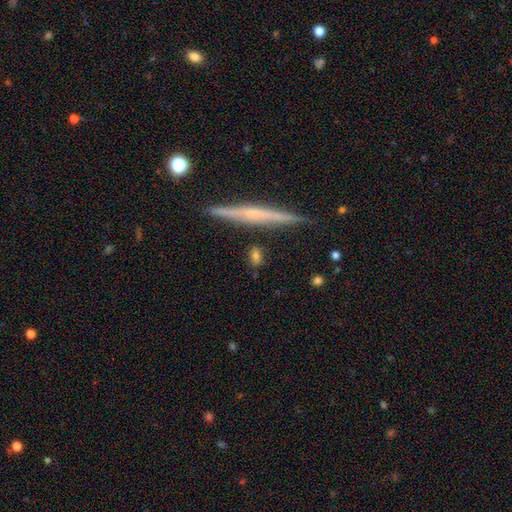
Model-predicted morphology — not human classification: A smooth galaxy with no disk features (73%) that is in between round and cigar-shaped (63%). Merging: none (80%).